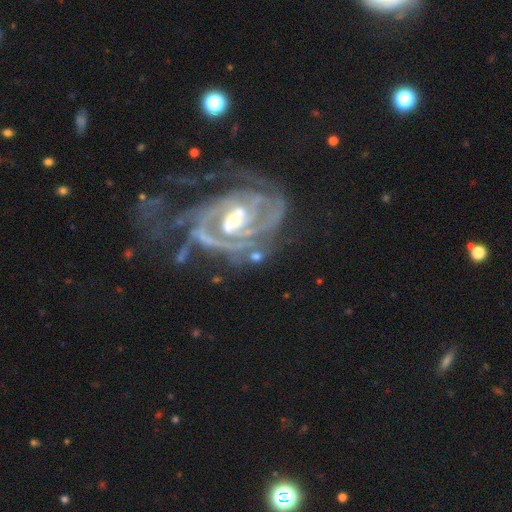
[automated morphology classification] Overall: featured or disk (88%). Edge-on disk: no (97%). Bar: weak (39%; no 31%). Spiral arms: yes (93%). Spiral arm count: 2 (40%; can't tell 25%). Spiral winding: tight (57%; medium 34%). Bulge size: moderate (60%; small 29%). Merging: none (40%; major disturbance 35%).